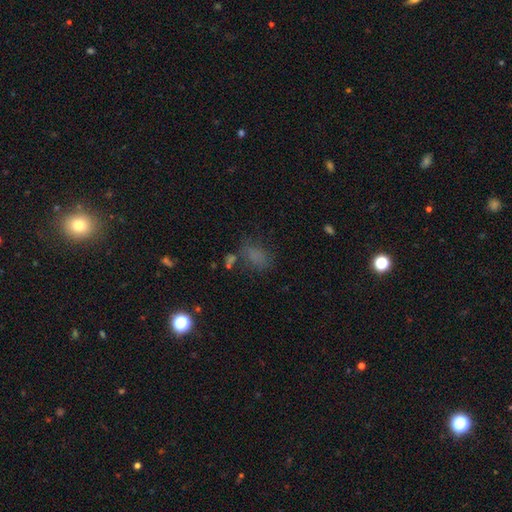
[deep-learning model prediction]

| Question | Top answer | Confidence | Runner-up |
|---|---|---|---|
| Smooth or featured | smooth | 67% | star or artifact (22%) |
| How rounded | in between | 77% | round (20%) |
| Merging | none | 57% | minor disturbance (20%) |